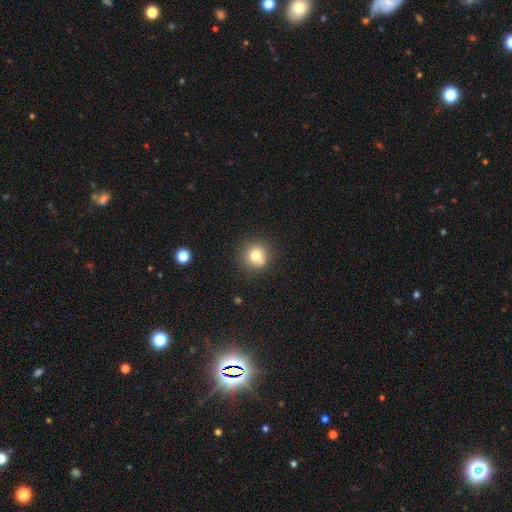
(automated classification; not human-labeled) The model was most divided on "smooth or featured": smooth: 75%, star or artifact: 13%, featured or disk: 12%. More confident: how rounded — round (93%); merging — none (75%).